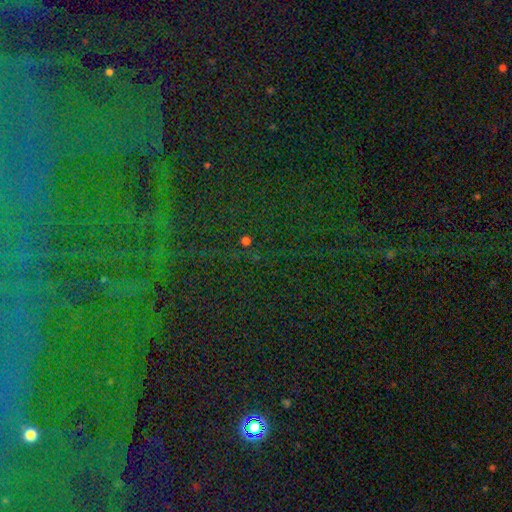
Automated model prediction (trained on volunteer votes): star or artifact 79%, featured or disk 11%, smooth 10%.